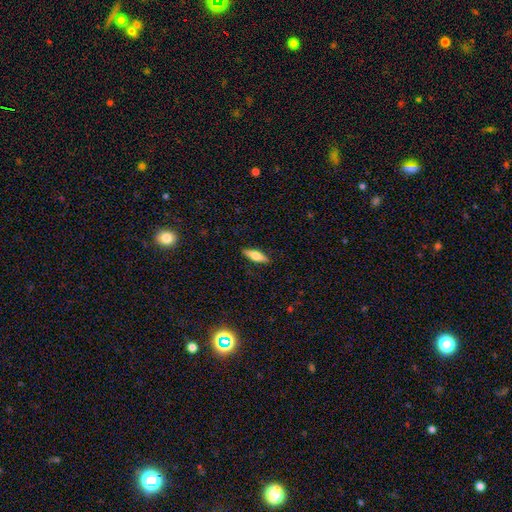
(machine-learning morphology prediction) Overall: smooth (59%; featured or disk 35%). How rounded: cigar-shaped (49%, tied with in between). Merging: none (88%).